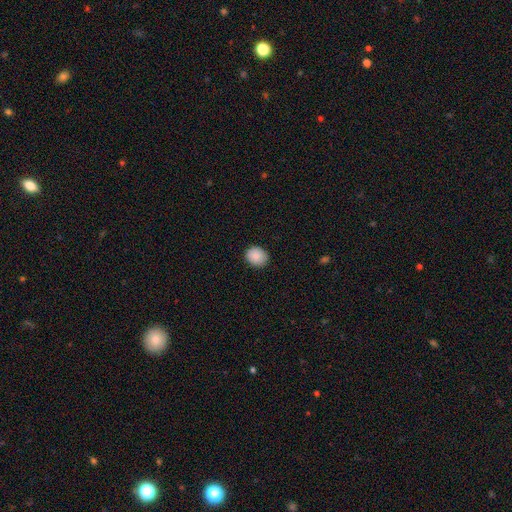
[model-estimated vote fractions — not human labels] Morphology: type=smooth (88%); roundness=round (66%); merging=none (89%).